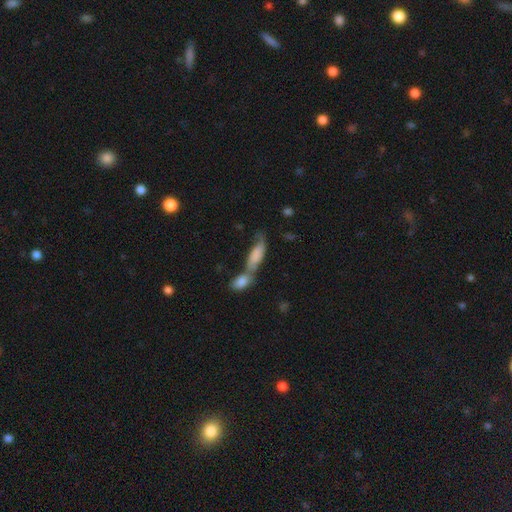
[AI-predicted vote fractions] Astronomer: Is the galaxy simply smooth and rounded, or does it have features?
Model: smooth — 71%.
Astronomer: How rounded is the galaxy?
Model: in between — 63%.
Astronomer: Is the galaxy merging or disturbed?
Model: merger — 59%.